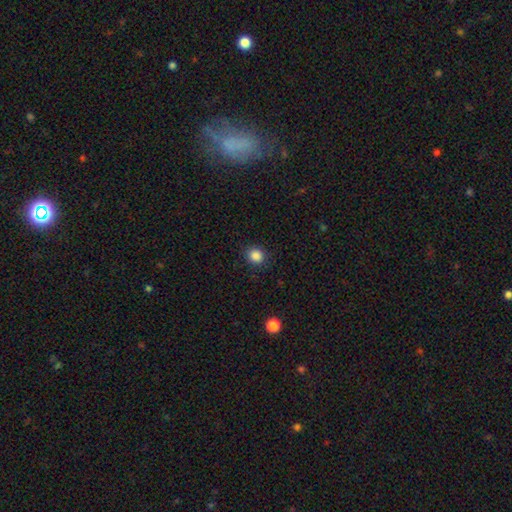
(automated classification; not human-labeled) Smooth or featured? smooth (86%)
How rounded? round (85%)
Merging? none (89%)